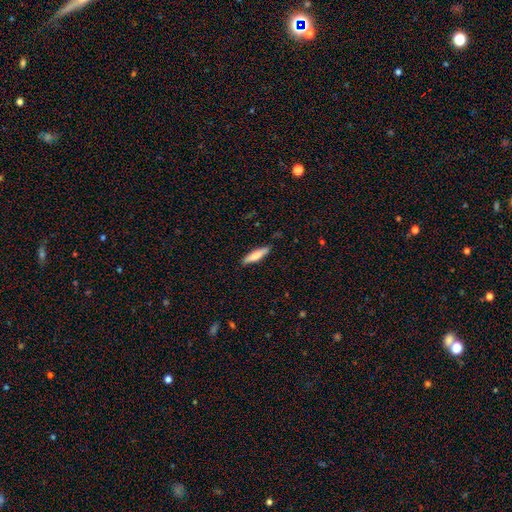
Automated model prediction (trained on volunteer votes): smooth_or_featured: smooth (p=0.77) [alt: featured or disk p=0.18]
how_rounded: cigar-shaped (p=0.75) [alt: in between p=0.23]
merging: none (p=0.86) [alt: minor disturbance p=0.11]